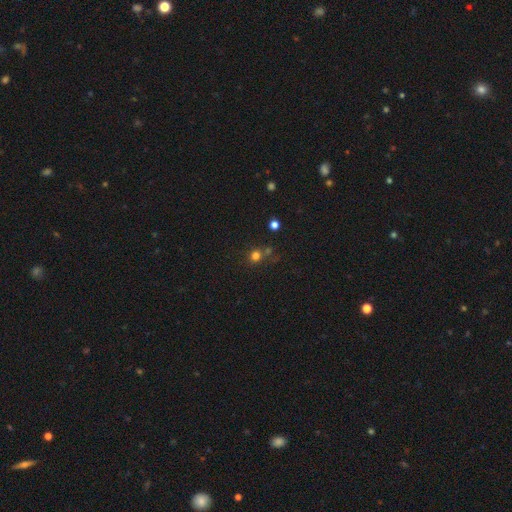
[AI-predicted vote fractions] A smooth galaxy with no disk features (74%) that is round (87%). Merging: none (65%).